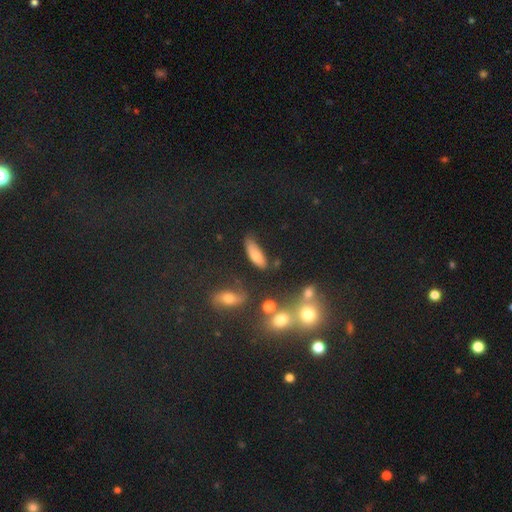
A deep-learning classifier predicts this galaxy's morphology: This is likely a smooth galaxy (69%). How rounded: possibly in between (52%). Merging: likely none (68%).